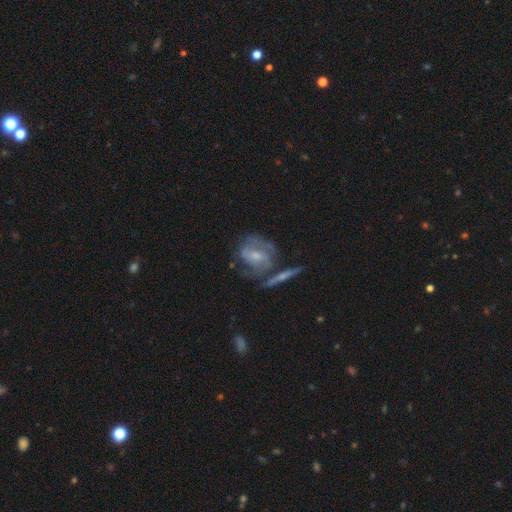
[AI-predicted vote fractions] This is likely a featured or disk galaxy (79%). It is clearly not viewed edge-on (94%). Bar: possibly weak (47%). Spiral arm pattern: clearly yes (90%). Spiral arm count: possibly 2 (56%). Spiral winding: possibly medium (45%). Central bulge: marginally small (44%). Merging: possibly none (50%).